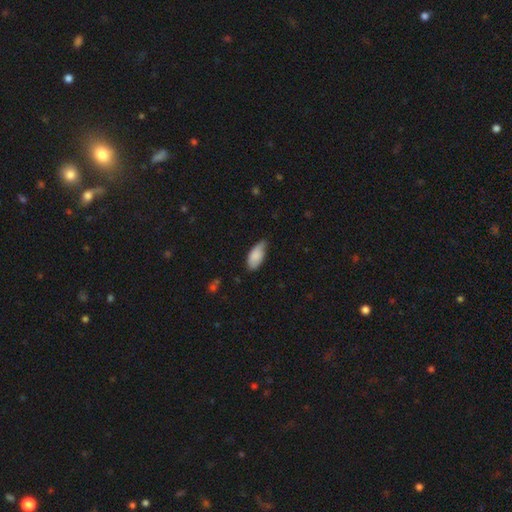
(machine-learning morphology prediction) Overall: smooth (86%). How rounded: in between (91%). Merging: none (52%; minor disturbance 41%).